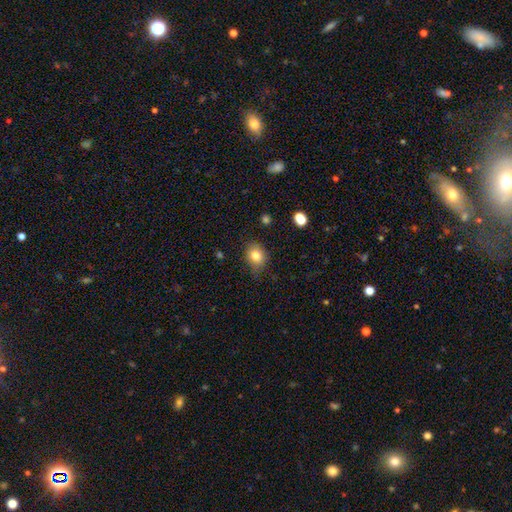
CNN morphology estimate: This is clearly a smooth galaxy (81%). How rounded: possibly round (57%). Merging: likely none (72%).